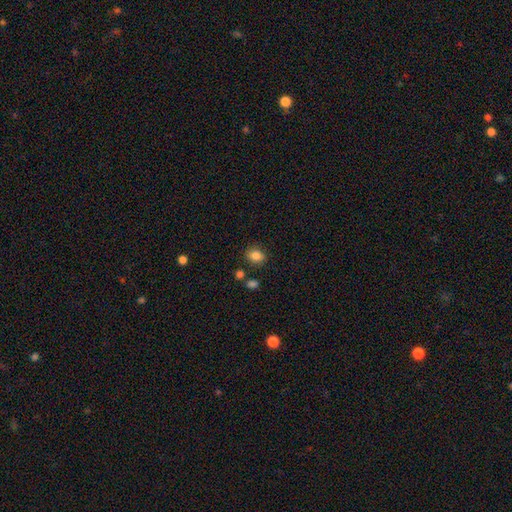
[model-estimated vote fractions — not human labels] Smooth or featured? Predicted: smooth (p=0.85). How rounded? Predicted: in between (p=0.61). Merging? Predicted: none (p=0.81).